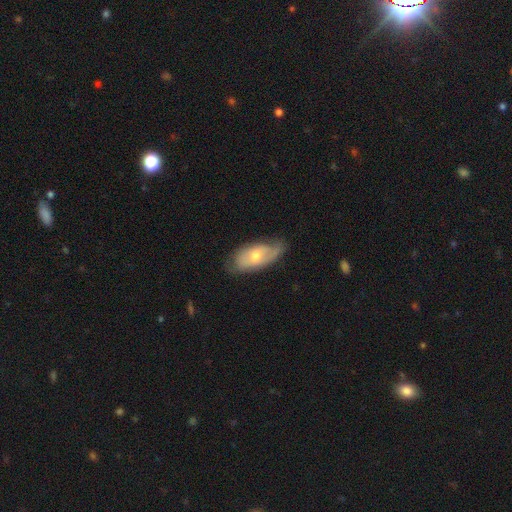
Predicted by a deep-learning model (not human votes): Overall: featured or disk (48%; smooth 46%). Merging: none (62%; minor disturbance 29%).